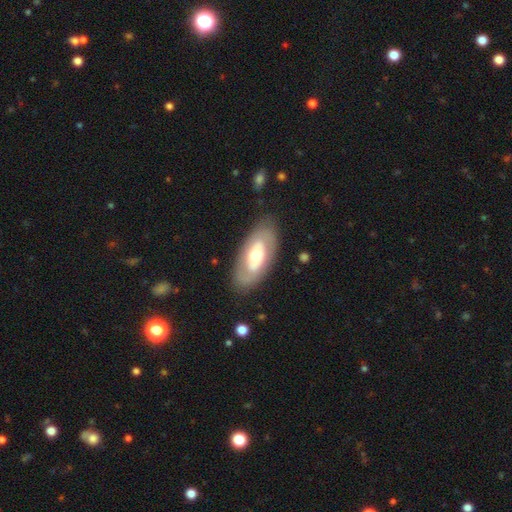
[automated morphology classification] smooth-or-featured: featured or disk: 55% | smooth: 39% | star or artifact: 5%
  disk-edge-on: no: 89% | yes: 11%
  merging: none: 82% | minor disturbance: 12% | major disturbance: 5% | merger: 1%